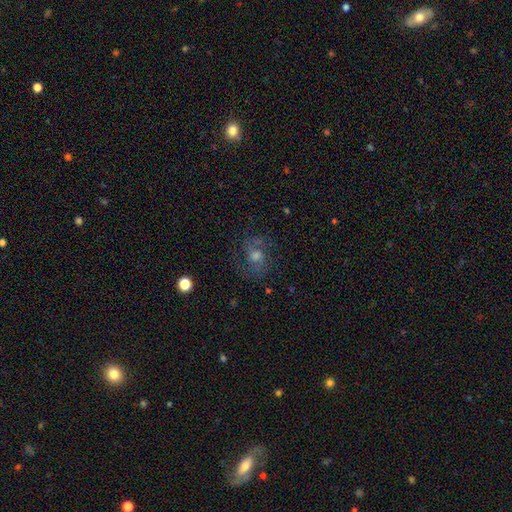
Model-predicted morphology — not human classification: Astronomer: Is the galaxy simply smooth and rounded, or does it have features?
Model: featured or disk — 63%.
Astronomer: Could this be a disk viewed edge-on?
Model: no — 97%.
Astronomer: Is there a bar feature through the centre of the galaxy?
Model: no — 59% (runner-up: weak, 35%).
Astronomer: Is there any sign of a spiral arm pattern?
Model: yes — 89%.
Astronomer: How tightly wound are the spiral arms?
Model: medium — 54%.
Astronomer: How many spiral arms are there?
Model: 2 — 75%.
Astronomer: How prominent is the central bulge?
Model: moderate — 57%.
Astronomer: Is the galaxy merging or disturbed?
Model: none — 73%.